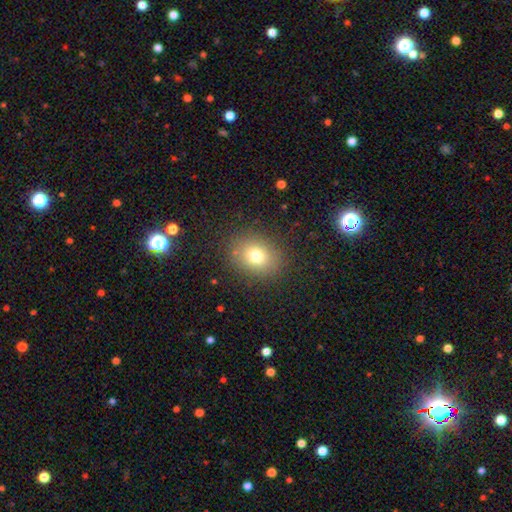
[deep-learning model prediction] The model was most divided on "how rounded": round: 58%, in between: 42%, cigar-shaped: 1%. More confident: merging — none (86%); smooth or featured — smooth (75%).